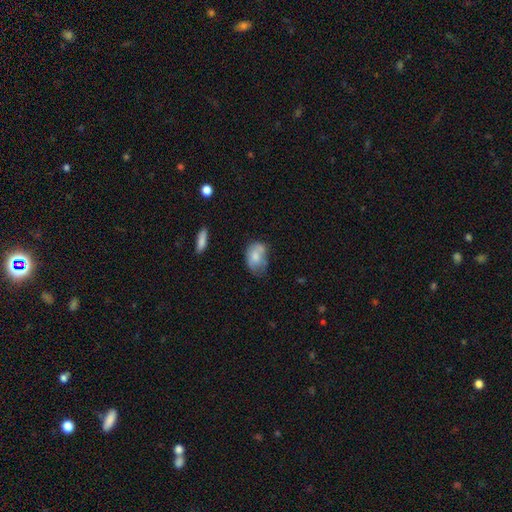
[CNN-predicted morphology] smooth-or-featured: smooth: 69% | featured or disk: 24% | star or artifact: 8%
  how-rounded: in between: 82% | round: 17% | cigar-shaped: 1%
  merging: none: 38% | minor disturbance: 35% | major disturbance: 16% | merger: 11%